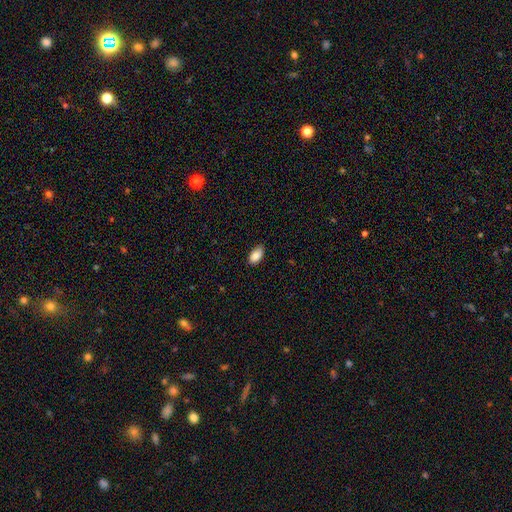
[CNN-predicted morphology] A smooth galaxy with no disk features (88%) that is in between round and cigar-shaped (93%). Merging: none (80%).